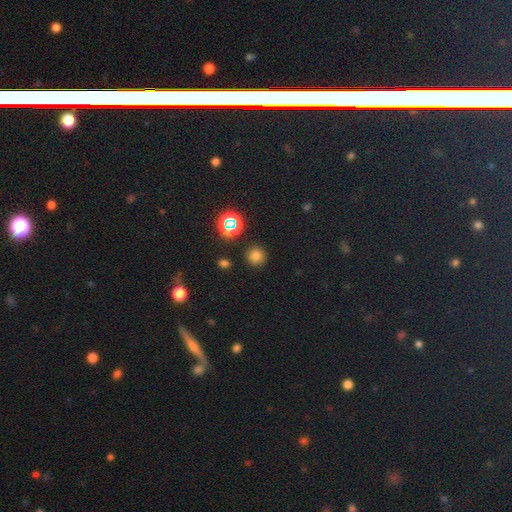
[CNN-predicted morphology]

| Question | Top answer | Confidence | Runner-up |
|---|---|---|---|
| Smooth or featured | smooth | 73% | star or artifact (21%) |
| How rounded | round | 93% | in between (6%) |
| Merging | none | 89% | minor disturbance (6%) |